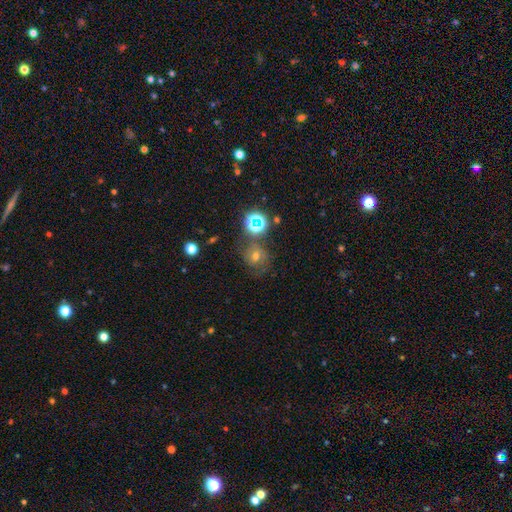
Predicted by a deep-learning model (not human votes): Smooth or featured: smooth — 40% (featured or disk — 30%)
Merging: none — 62% (minor disturbance — 18%)